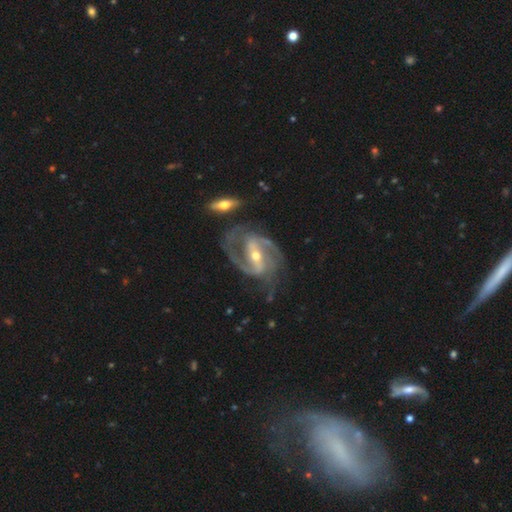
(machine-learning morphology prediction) A featured or disk galaxy (92%) with a strong bar (61%), 2 (80%) medium (57%) spiral arms (98%) and a moderate central bulge (49%).

Vote fractions:
- Smooth or featured? featured or disk: 92% / star or artifact: 5% / smooth: 3%
- Edge-on disk? no: 97% / yes: 3%
- Bar? strong: 61% / weak: 29% / no: 10%
- Spiral arms? yes: 98% / no: 2%
- Spiral winding? medium: 57% / tight: 26% / loose: 18%
- Spiral arm count? 2: 80% / 3: 9% / can't tell: 4% / 1: 2% / 4: 2% / more than 4: 2%
- Bulge size? moderate: 49% / small: 48% / large: 2% / none: 1% / dominant: 1%
- Merging? none: 65% / minor disturbance: 19% / major disturbance: 11% / merger: 5%